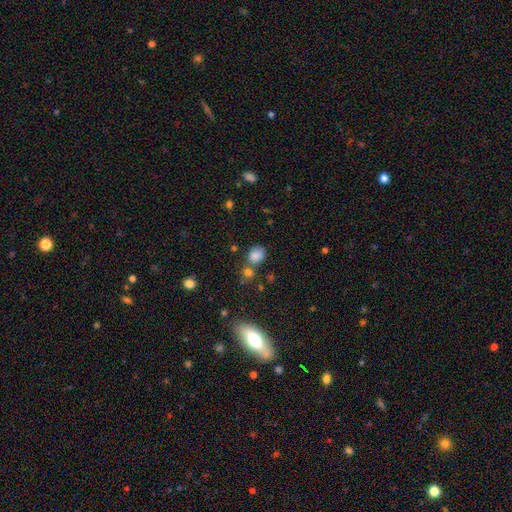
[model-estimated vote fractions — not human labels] Overall: smooth (79%). How rounded: round (58%; in between 41%). Merging: none (62%).